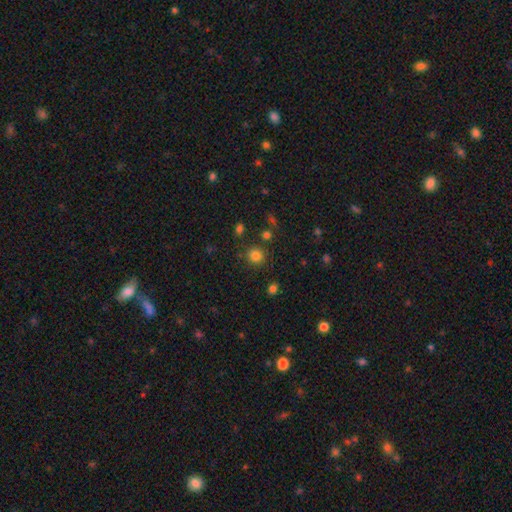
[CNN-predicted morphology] This is clearly a smooth galaxy (81%). How rounded: clearly round (88%). Merging: clearly none (84%).